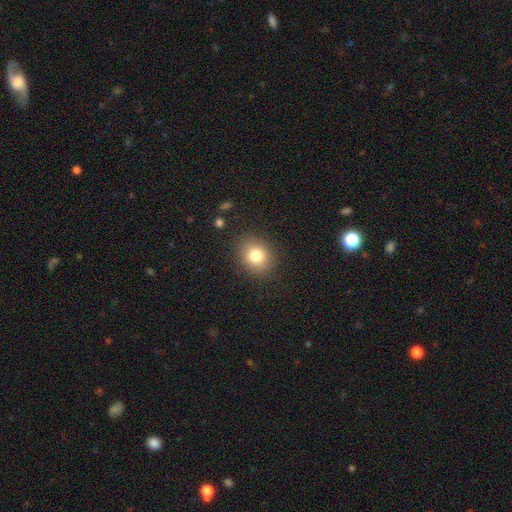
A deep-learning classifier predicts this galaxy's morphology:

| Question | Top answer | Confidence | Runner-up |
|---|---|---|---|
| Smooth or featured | smooth | 80% | star or artifact (11%) |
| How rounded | round | 67% | in between (32%) |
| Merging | none | 87% | minor disturbance (9%) |